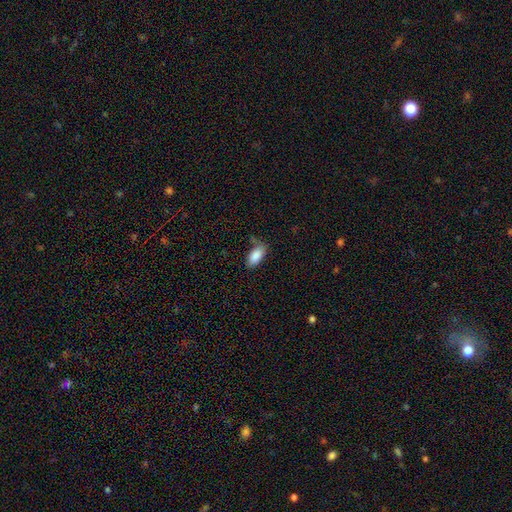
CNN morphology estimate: smooth 88%, star or artifact 7%, featured or disk 6%. Down the decision tree: how rounded — in between (91%); merging — none (67%).